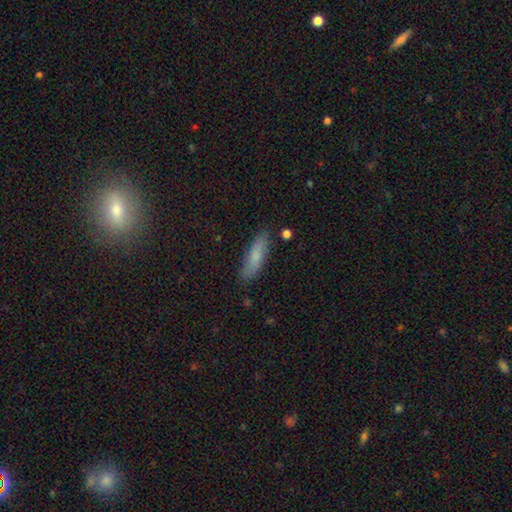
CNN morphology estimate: Q: Smooth or featured?
A: smooth (74%); runner-up: featured or disk (20%)
Q: How rounded?
A: cigar-shaped (55%); runner-up: in between (43%)
Q: Merging?
A: none (84%); runner-up: minor disturbance (12%)